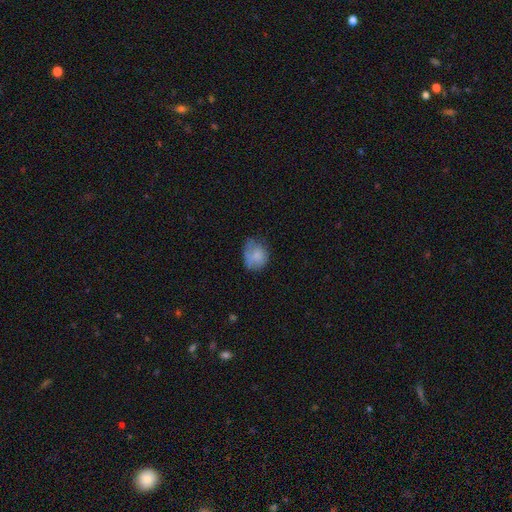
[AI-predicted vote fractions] A smooth galaxy with no disk features (72%) that is round (54%). Merging: none (43%).